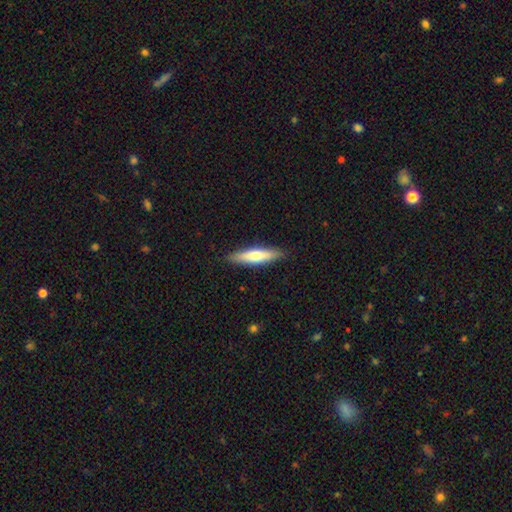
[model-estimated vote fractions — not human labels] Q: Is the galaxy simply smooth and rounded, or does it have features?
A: smooth — 58%.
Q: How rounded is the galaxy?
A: cigar-shaped — 79%.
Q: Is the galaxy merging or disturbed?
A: none — 89%.